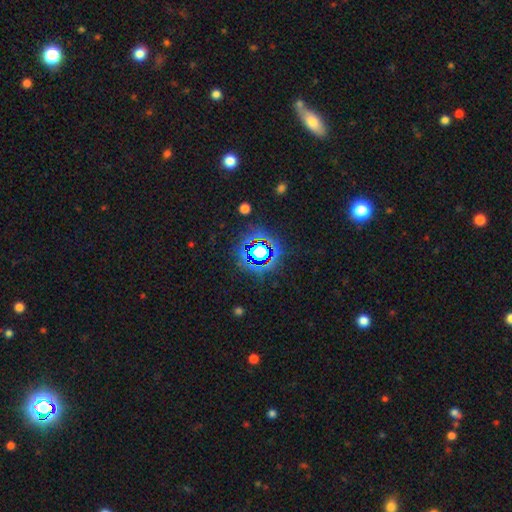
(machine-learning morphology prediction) star or artifact 76%, smooth 15%, featured or disk 9%.